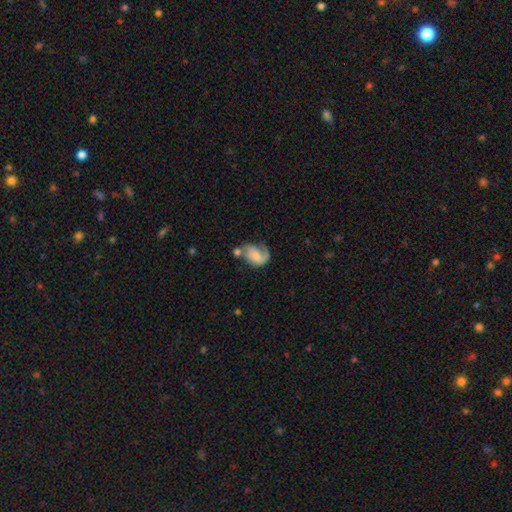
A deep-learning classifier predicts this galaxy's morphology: A featured or disk galaxy (56%) with no bar (61%), spiral arms (84%) and a small central bulge (33%).

Vote fractions:
- Smooth or featured? featured or disk: 56% / smooth: 36% / star or artifact: 8%
- Edge-on disk? no: 97% / yes: 3%
- Bar? no: 61% / weak: 31% / strong: 8%
- Spiral arms? yes: 84% / no: 16%
- Bulge size? small: 33% / none: 30% / moderate: 25% / large: 9% / dominant: 3%
- Merging? none: 33% / major disturbance: 26% / minor disturbance: 22% / merger: 19%